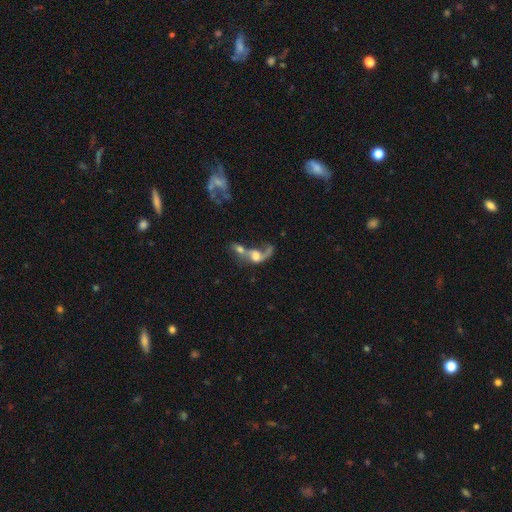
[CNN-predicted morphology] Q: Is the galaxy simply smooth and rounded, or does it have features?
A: featured or disk — 56%.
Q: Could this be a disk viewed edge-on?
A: no — 93%.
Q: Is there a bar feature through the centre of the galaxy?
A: no — 69%.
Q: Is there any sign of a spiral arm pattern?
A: yes — 65%.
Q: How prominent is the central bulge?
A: large — 31%.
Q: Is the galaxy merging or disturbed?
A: merger — 70%.